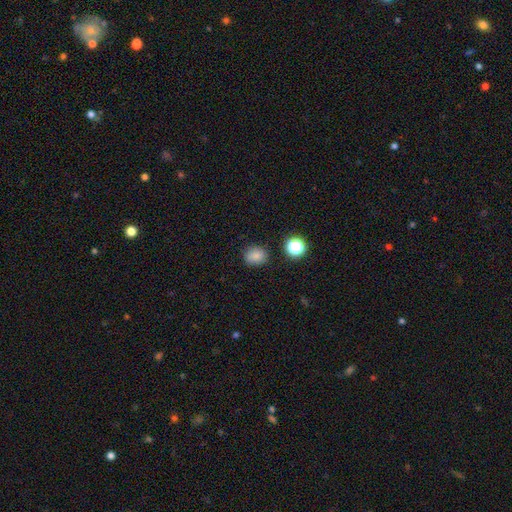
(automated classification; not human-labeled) smooth-or-featured: smooth: 81% | star or artifact: 13% | featured or disk: 5%
  how-rounded: round: 66% | in between: 33% | cigar-shaped: 1%
  merging: none: 83% | minor disturbance: 11% | major disturbance: 3% | merger: 3%